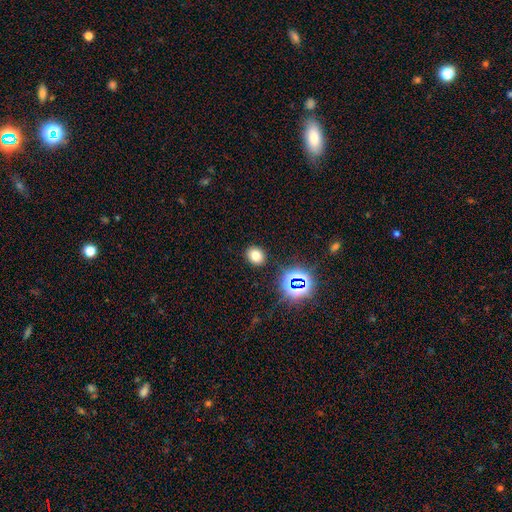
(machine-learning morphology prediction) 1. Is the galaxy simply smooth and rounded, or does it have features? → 72% smooth, 20% star or artifact, 9% featured or disk.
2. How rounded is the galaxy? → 64% round, 35% in between, 1% cigar-shaped.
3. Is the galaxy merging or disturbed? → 89% none, 7% minor disturbance, 3% major disturbance, 2% merger.